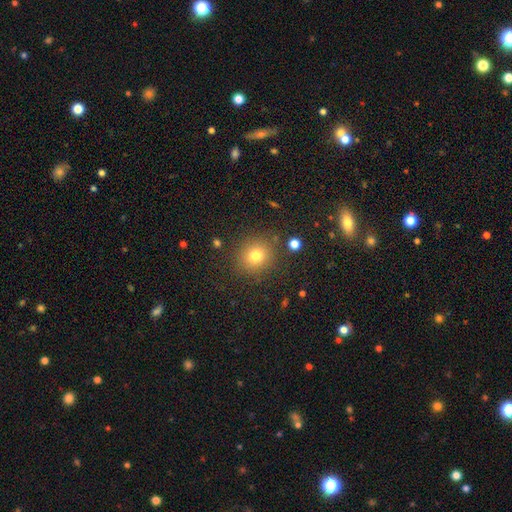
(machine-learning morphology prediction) This is likely a smooth galaxy (77%). How rounded: clearly round (85%). Merging: clearly none (85%).